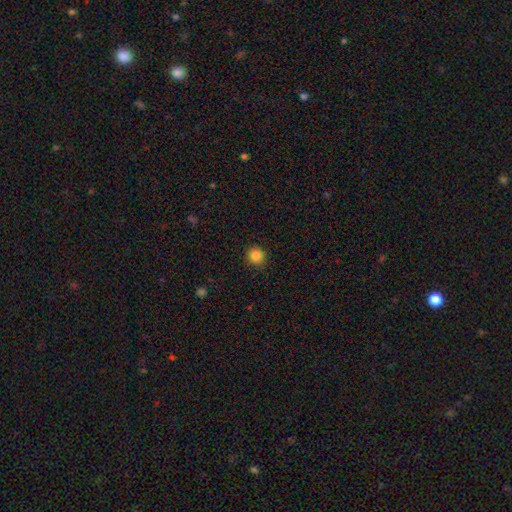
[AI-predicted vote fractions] This appears to be a smooth galaxy with no disk features (86%) that is round (91%). Merging: none (91%).